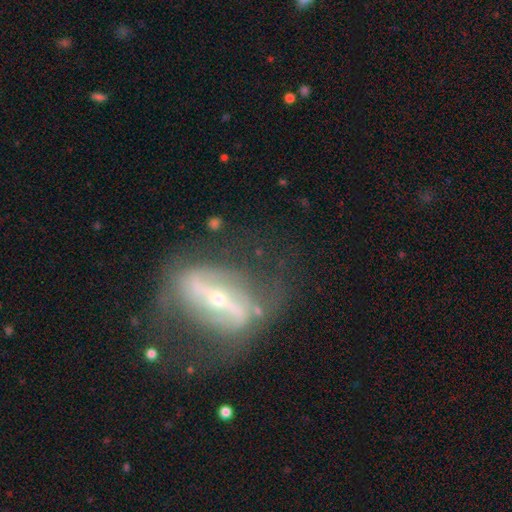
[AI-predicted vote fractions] featured or disk 83%, smooth 10%, star or artifact 7%. Down the decision tree: edge-on disk — no (82%); bar — strong (73%); spiral arms — yes (62%); bulge size — small (66%); merging — none (55%).